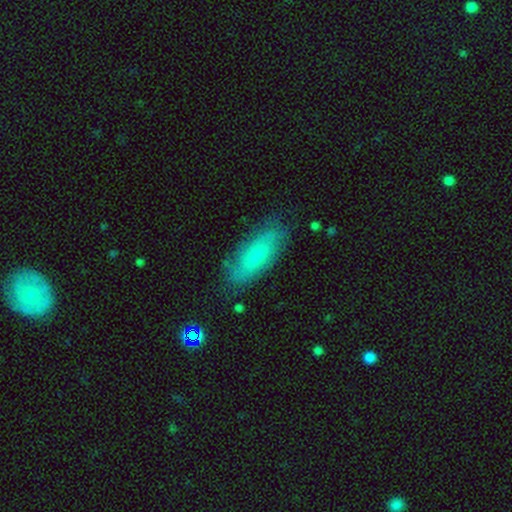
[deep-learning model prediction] Smooth or featured? Predicted: smooth (p=0.68). How rounded? Predicted: in between (p=0.70). Merging? Predicted: none (p=0.77).